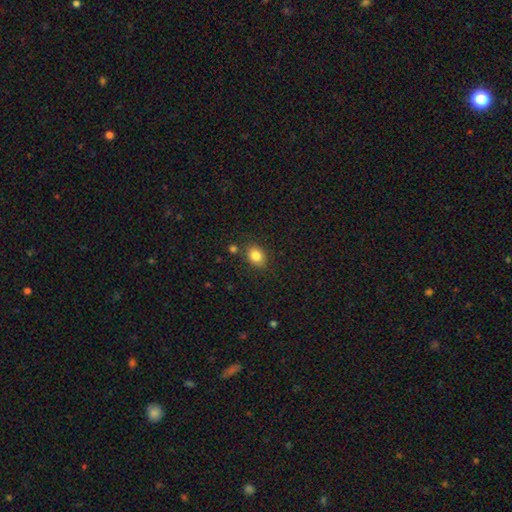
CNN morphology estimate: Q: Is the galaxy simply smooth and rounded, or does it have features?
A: smooth — 84%.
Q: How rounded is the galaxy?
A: in between — 57%.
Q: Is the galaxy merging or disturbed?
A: none — 79%.